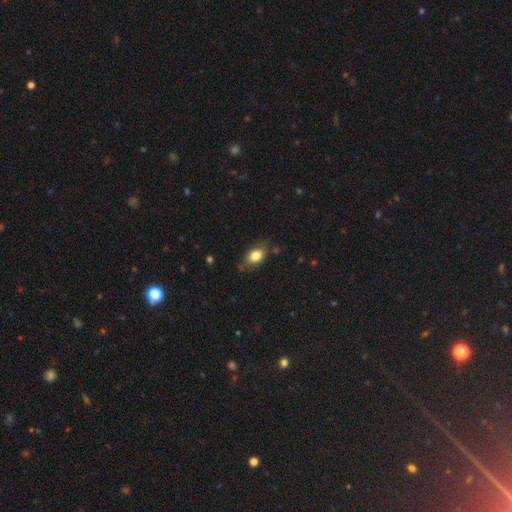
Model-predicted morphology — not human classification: Overall: smooth (79%). How rounded: in between (83%). Merging: none (71%).